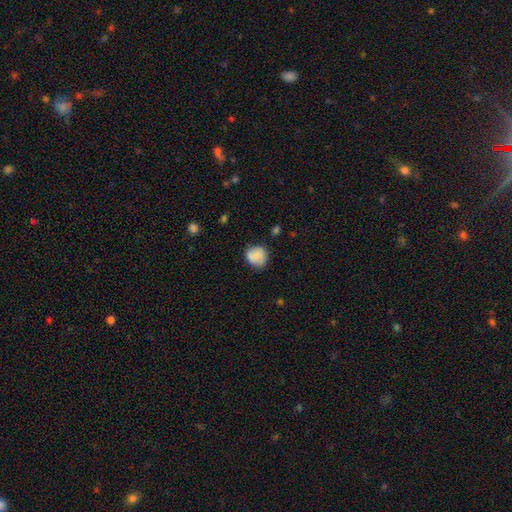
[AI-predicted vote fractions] Smooth or featured? smooth (75%)
How rounded? round (78%)
Merging? none (64%)